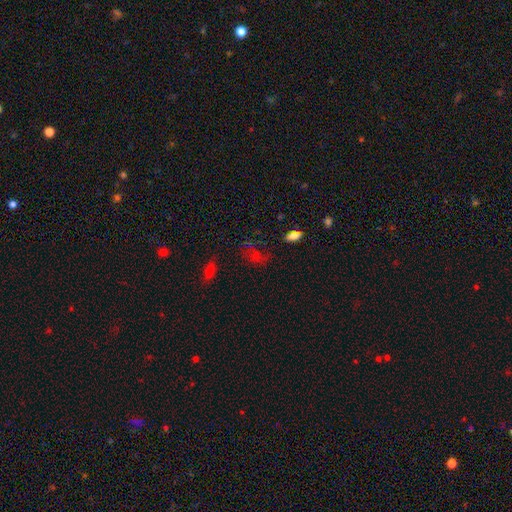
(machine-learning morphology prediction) The model was most divided on "smooth or featured": smooth: 56%, star or artifact: 28%, featured or disk: 16%. More confident: how rounded — in between (68%); merging — none (51%).